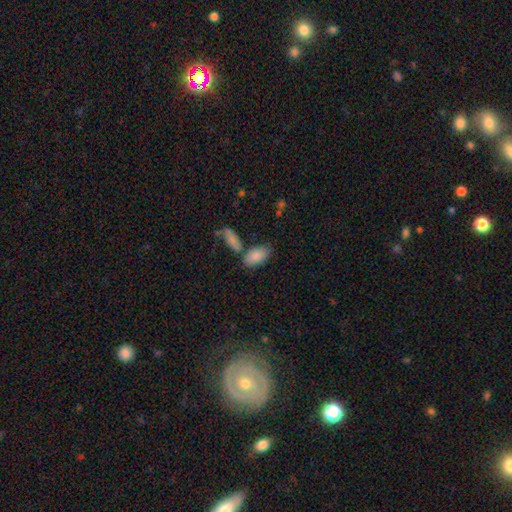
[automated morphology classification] A smooth galaxy with no disk features (85%) that is in between round and cigar-shaped (93%).

Vote fractions:
- Smooth or featured? smooth: 85% / featured or disk: 8% / star or artifact: 7%
- How rounded? in between: 93% / round: 4% / cigar-shaped: 3%
- Merging? none: 57% / merger: 22% / minor disturbance: 15% / major disturbance: 5%